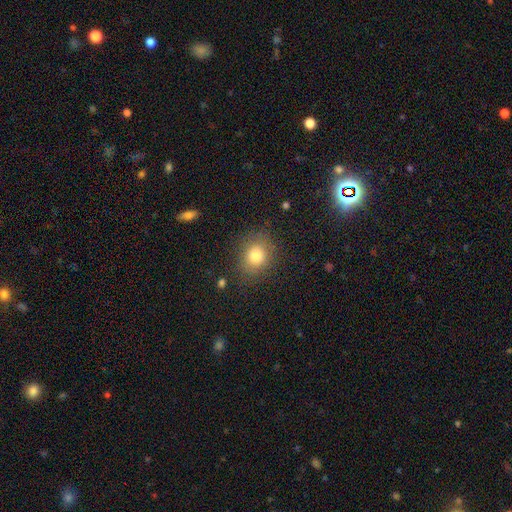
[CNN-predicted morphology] type=smooth (78%); roundness=round (66%); merging=none (82%).